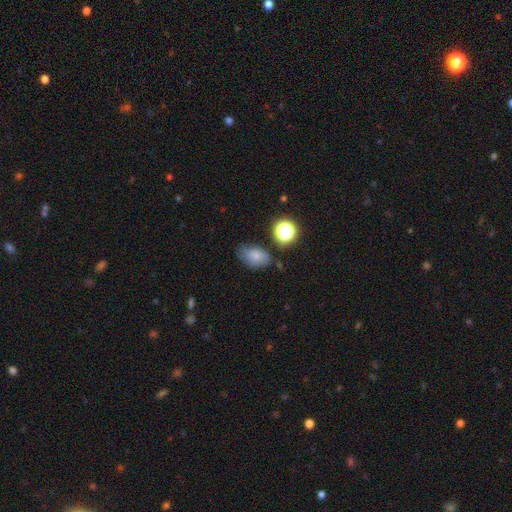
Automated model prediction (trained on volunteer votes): Overall: smooth (72%). How rounded: in between (80%). Merging: none (57%; minor disturbance 29%).